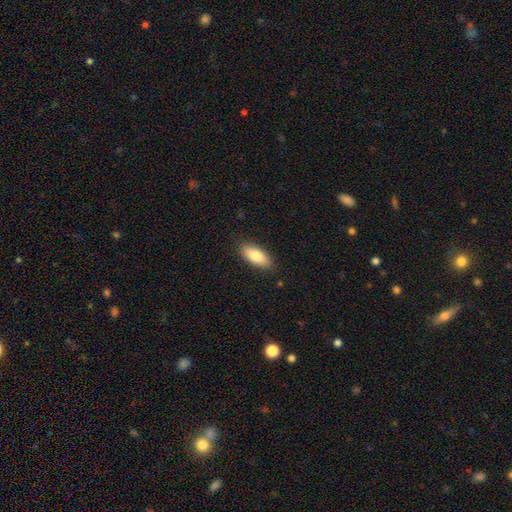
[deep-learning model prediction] Smooth or featured: smooth — 81% (featured or disk — 12%)
How rounded: in between — 81% (cigar-shaped — 17%)
Merging: none — 87% (minor disturbance — 10%)